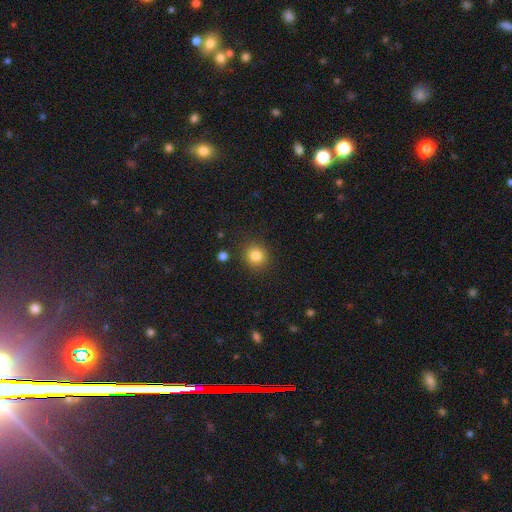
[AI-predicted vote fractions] smooth-or-featured: smooth: 83% | star or artifact: 11% | featured or disk: 5%
  how-rounded: round: 89% | in between: 10% | cigar-shaped: 1%
  merging: none: 89% | minor disturbance: 7% | major disturbance: 3% | merger: 2%